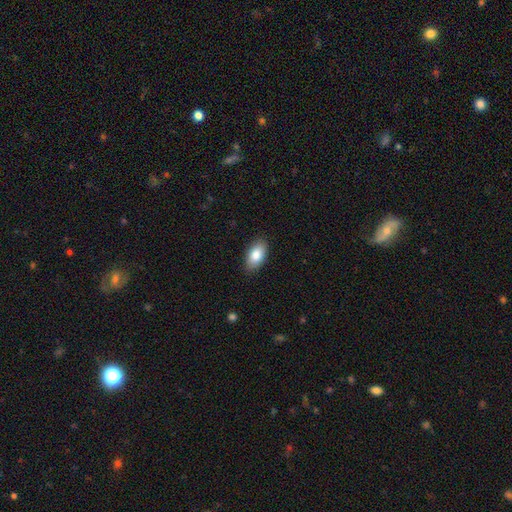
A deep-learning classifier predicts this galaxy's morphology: This appears to be a smooth galaxy with no disk features (84%) that is in between round and cigar-shaped (93%). Merging: none (87%).